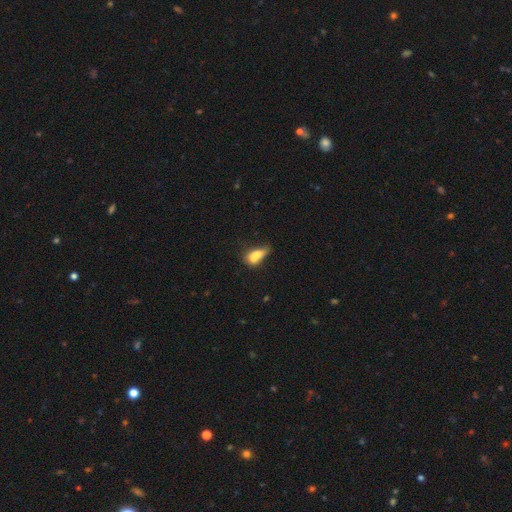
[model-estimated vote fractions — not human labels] Smooth or featured: smooth — 66% (featured or disk — 24%)
How rounded: in between — 72% (cigar-shaped — 15%)
Merging: merger — 48% (none — 22%)